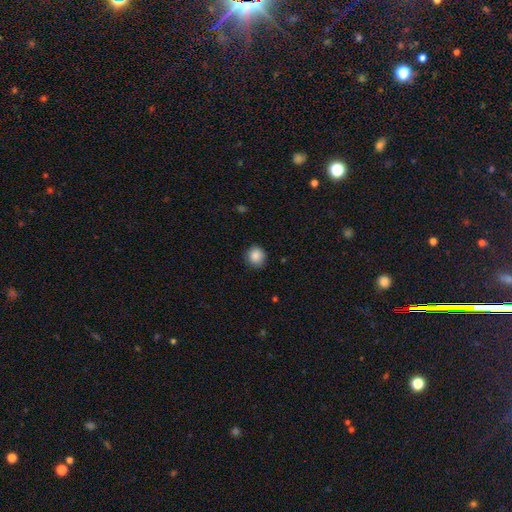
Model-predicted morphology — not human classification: A smooth galaxy with no disk features (87%) that is round (90%). Merging: none (87%).